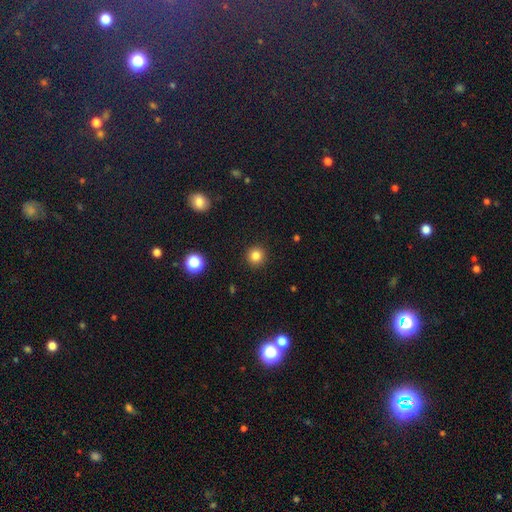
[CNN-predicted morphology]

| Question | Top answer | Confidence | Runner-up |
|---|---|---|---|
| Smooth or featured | smooth | 82% | star or artifact (13%) |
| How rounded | round | 94% | in between (5%) |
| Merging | none | 92% | minor disturbance (5%) |